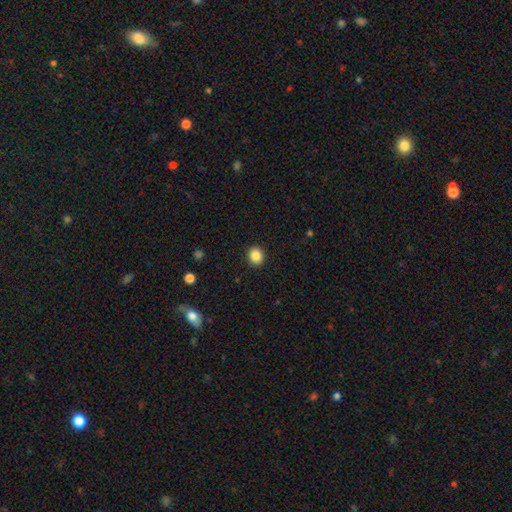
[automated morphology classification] smooth 86%, star or artifact 10%, featured or disk 4%. Down the decision tree: how rounded — round (78%); merging — none (91%).